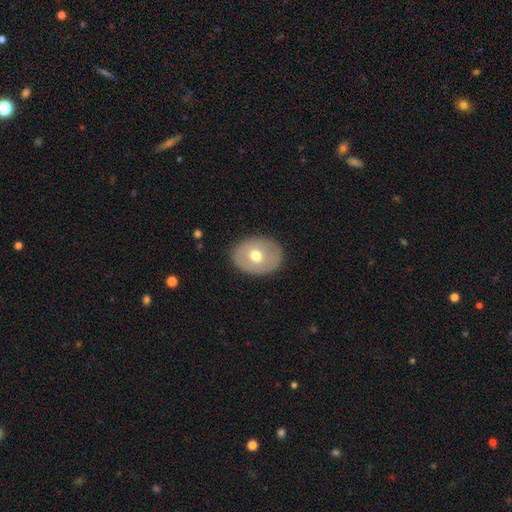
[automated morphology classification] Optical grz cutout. It shows a smooth galaxy with no disk features (62%) that is in between round and cigar-shaped (61%). Merging: none (86%).